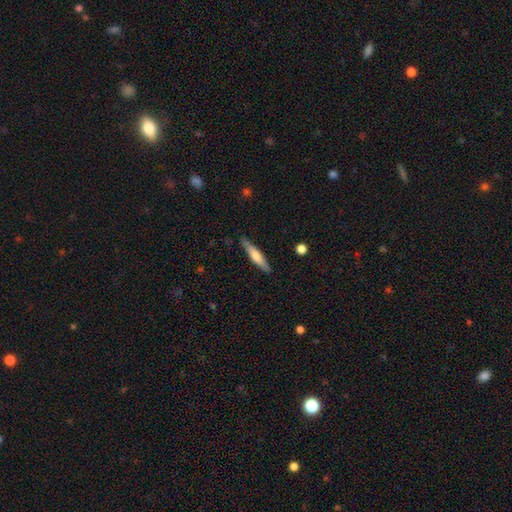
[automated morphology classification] This appears to be a smooth galaxy with no disk features (56%) that is cigar-shaped (87%). Merging: none (86%).